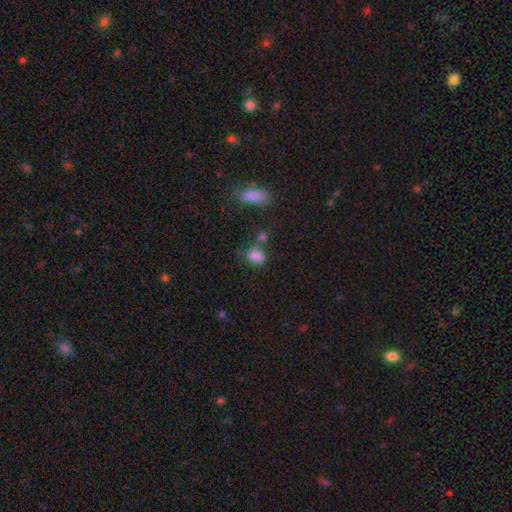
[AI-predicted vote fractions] Smooth or featured: smooth — 77% (star or artifact — 14%)
How rounded: in between — 70% (round — 28%)
Merging: none — 46% (merger — 22%)